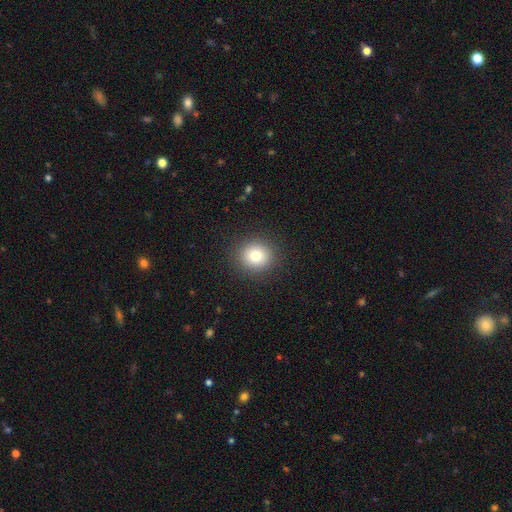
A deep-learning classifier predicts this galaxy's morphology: Overall: smooth (80%). How rounded: round (86%). Merging: none (91%).